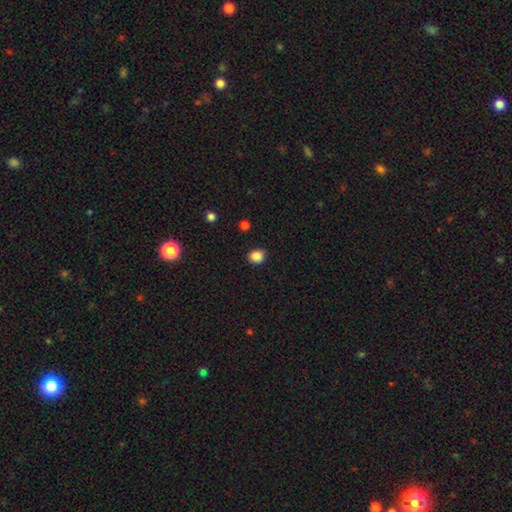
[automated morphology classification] type=smooth (86%); roundness=round (61%); merging=none (85%).